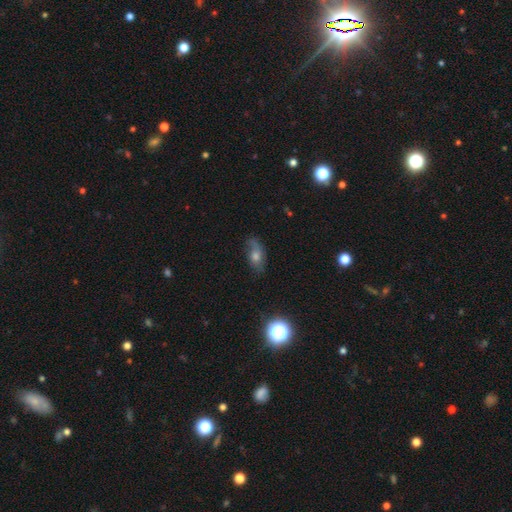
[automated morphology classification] type=smooth (50%); roundness=in between (76%); merging=none (57%).